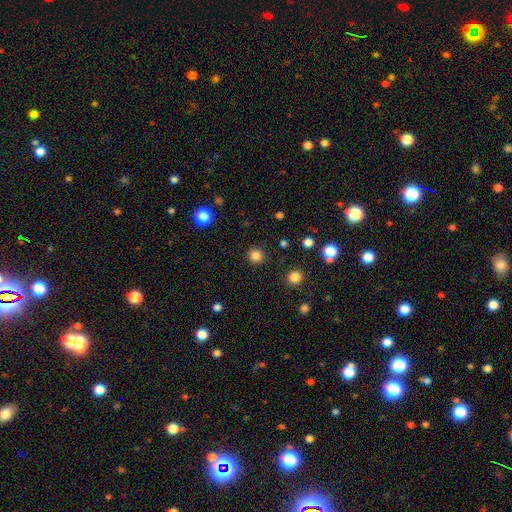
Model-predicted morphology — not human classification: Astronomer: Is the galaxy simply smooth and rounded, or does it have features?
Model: smooth — 83%.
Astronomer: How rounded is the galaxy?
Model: round — 94%.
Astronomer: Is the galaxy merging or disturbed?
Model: none — 91%.